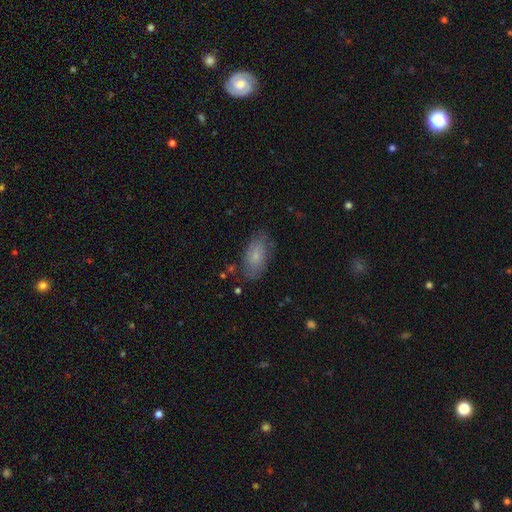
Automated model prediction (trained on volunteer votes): smooth-or-featured: smooth: 69% | featured or disk: 23% | star or artifact: 8%
  how-rounded: in between: 91% | cigar-shaped: 4% | round: 4%
  merging: none: 73% | minor disturbance: 19% | major disturbance: 6% | merger: 2%